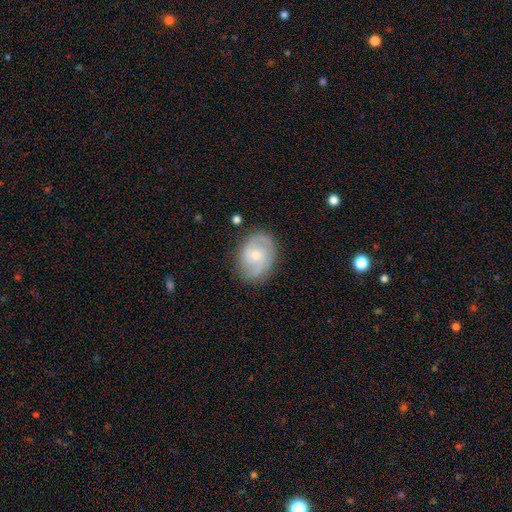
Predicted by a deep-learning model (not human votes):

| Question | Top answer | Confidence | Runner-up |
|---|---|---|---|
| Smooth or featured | featured or disk | 73% | smooth (21%) |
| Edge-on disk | no | 97% | yes (3%) |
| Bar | no | 62% | weak (33%) |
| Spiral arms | yes | 93% | no (7%) |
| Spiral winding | medium | 49% | tight (35%) |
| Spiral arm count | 2 | 77% | can't tell (11%) |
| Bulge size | small | 51% | moderate (45%) |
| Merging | none | 78% | minor disturbance (16%) |